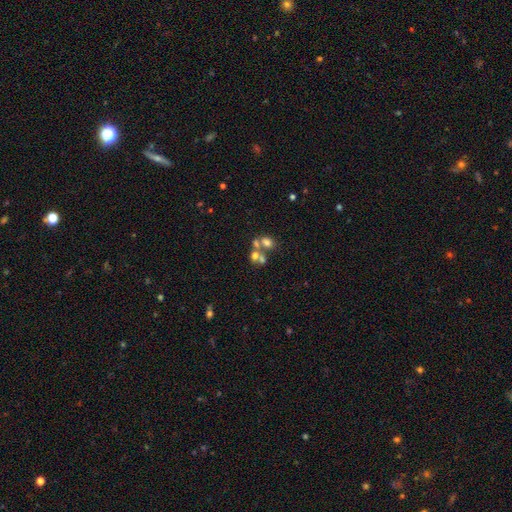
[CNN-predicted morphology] smooth_or_featured: smooth (p=0.56) [alt: featured or disk p=0.25]
how_rounded: round (p=0.61) [alt: in between p=0.37]
merging: merger (p=0.54) [alt: none p=0.33]